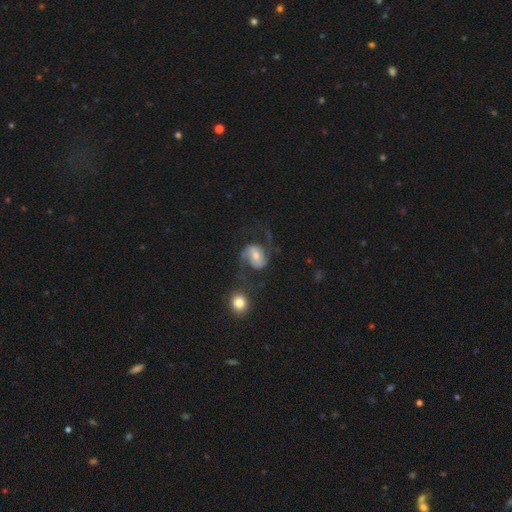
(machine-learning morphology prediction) smooth-or-featured: featured or disk: 82% | smooth: 12% | star or artifact: 6%
  disk-edge-on: no: 98% | yes: 2%
    bar: no: 41% | weak: 39% | strong: 20%
    has-spiral-arms: yes: 95% | no: 5%
      spiral-winding: loose: 45% | medium: 44% | tight: 11%
      spiral-arm-count: 2: 92% | can't tell: 2% | 1: 2% | 3: 1% | 4: 1% | more than 4: 1%
    bulge-size: moderate: 55% | small: 35% | large: 6% | none: 2% | dominant: 2%
  merging: none: 60% | major disturbance: 19% | minor disturbance: 15% | merger: 6%